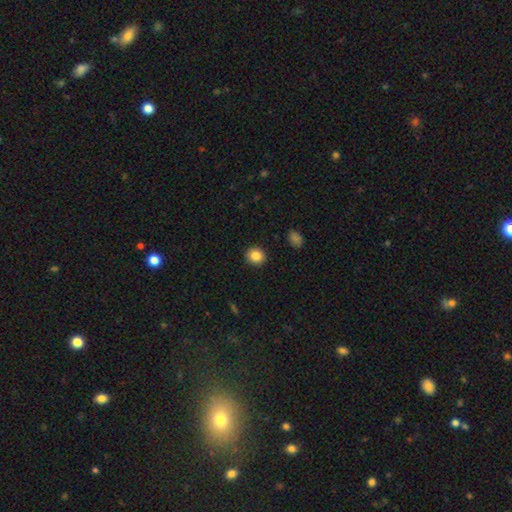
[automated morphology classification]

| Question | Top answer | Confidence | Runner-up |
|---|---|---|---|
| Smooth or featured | smooth | 85% | star or artifact (10%) |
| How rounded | round | 86% | in between (13%) |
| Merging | none | 92% | minor disturbance (5%) |